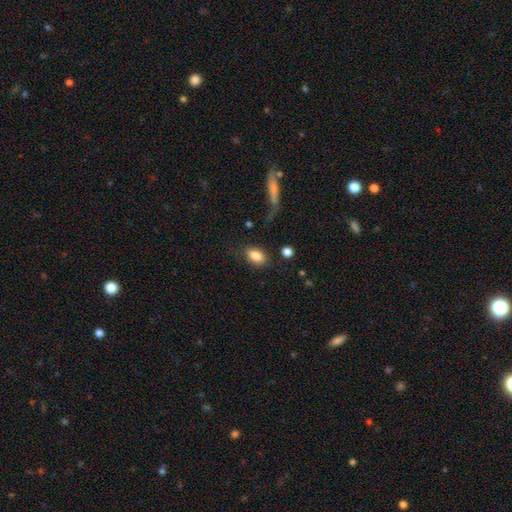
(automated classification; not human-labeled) smooth 84%, star or artifact 8%, featured or disk 8%. Down the decision tree: how rounded — in between (84%); merging — none (77%).